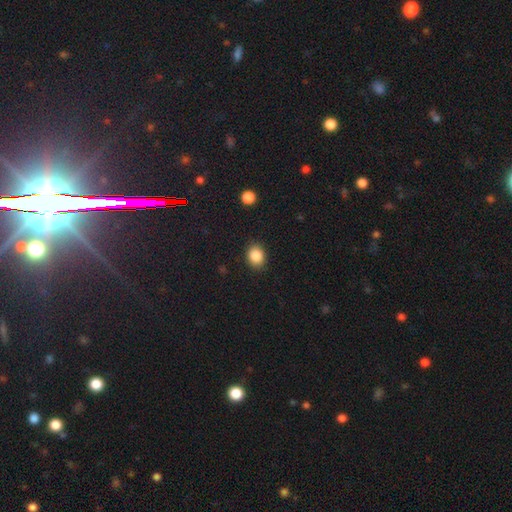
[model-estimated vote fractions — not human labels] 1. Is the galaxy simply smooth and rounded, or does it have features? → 87% smooth, 9% star or artifact, 4% featured or disk.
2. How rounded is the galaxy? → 51% round, 48% in between, 1% cigar-shaped.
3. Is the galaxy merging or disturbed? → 88% none, 9% minor disturbance, 2% major disturbance, 1% merger.